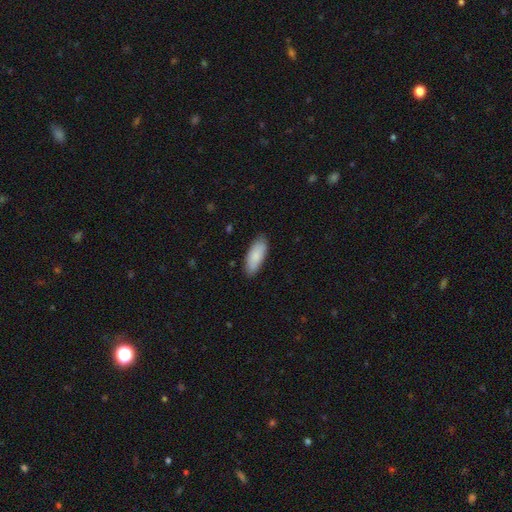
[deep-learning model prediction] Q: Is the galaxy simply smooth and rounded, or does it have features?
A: smooth — 86%.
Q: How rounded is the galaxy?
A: in between — 79%.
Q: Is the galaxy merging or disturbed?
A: none — 85%.